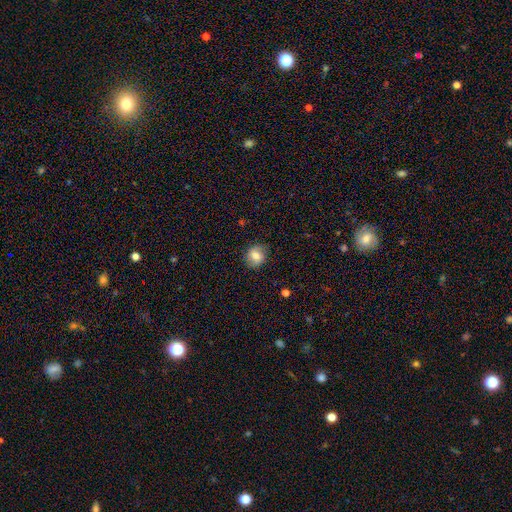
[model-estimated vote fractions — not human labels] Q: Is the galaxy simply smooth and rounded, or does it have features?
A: smooth — 76%.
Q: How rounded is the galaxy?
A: round — 73%.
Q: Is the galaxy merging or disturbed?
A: none — 84%.